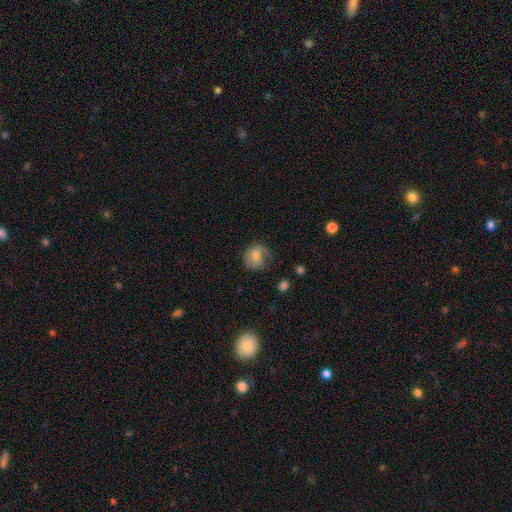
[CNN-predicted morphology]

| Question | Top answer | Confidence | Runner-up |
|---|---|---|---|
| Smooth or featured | smooth | 54% | featured or disk (36%) |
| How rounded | round | 74% | in between (25%) |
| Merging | none | 60% | minor disturbance (25%) |